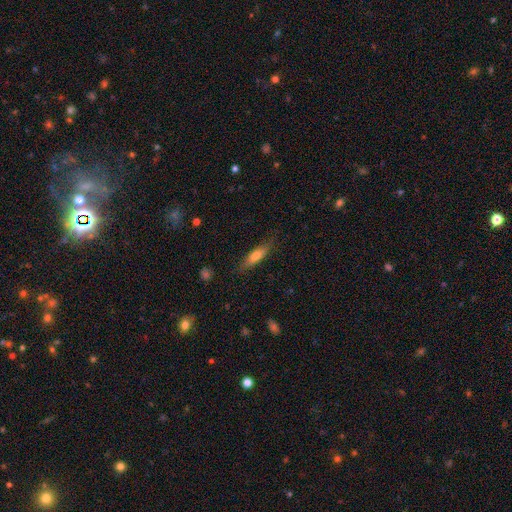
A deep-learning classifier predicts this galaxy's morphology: The model was most divided on "smooth or featured": smooth: 67%, featured or disk: 27%, star or artifact: 7%. More confident: merging — none (82%); how rounded — cigar-shaped (72%).